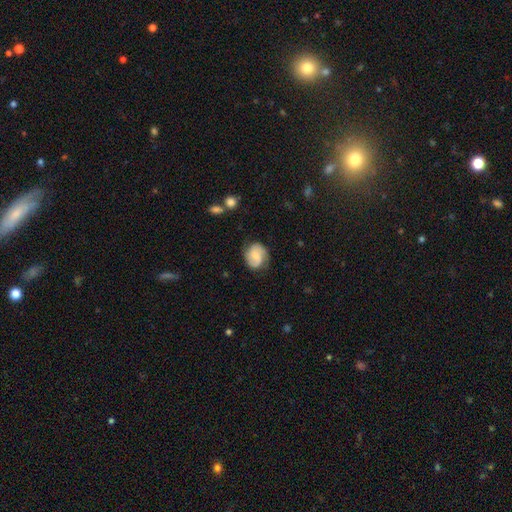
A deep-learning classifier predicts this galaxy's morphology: A featured or disk galaxy (59%) with a weak bar (46%), 2 (83%) medium (45%) spiral arms (93%) and a small central bulge (41%).

Vote fractions:
- Smooth or featured? featured or disk: 59% / smooth: 34% / star or artifact: 7%
- Edge-on disk? no: 98% / yes: 2%
- Bar? weak: 46% / no: 43% / strong: 11%
- Spiral arms? yes: 93% / no: 7%
- Spiral winding? medium: 45% / tight: 31% / loose: 24%
- Spiral arm count? 2: 83% / can't tell: 8% / 1: 4% / 3: 3% / 4: 1% / more than 4: 1%
- Bulge size? small: 41% / moderate: 33% / none: 20% / large: 5% / dominant: 1%
- Merging? none: 73% / minor disturbance: 19% / major disturbance: 6% / merger: 2%